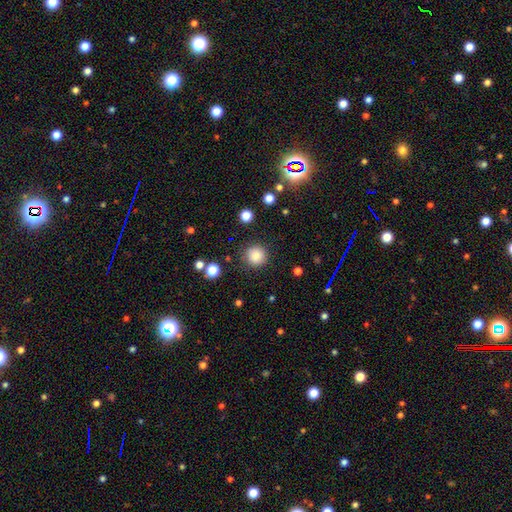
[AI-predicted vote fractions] This is clearly a smooth galaxy (85%). How rounded: clearly round (94%). Merging: clearly none (88%).